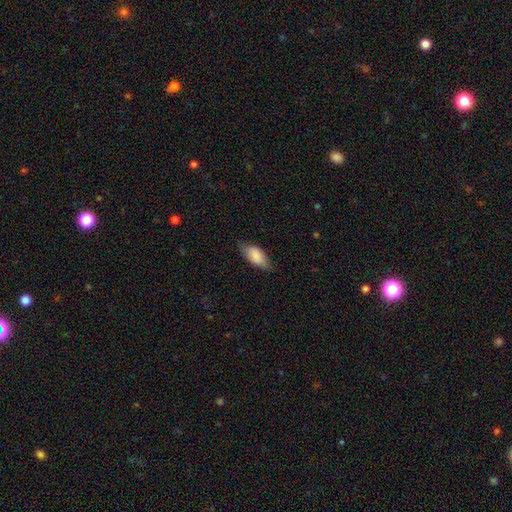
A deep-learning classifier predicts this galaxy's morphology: Smooth or featured? smooth (84%)
How rounded? in between (88%)
Merging? none (74%)